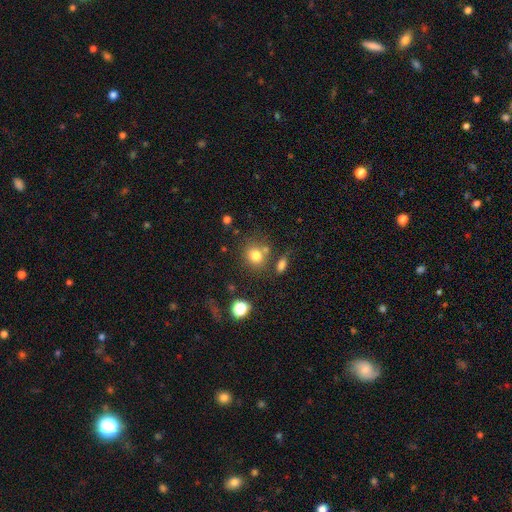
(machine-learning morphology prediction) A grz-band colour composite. It shows a smooth galaxy with no disk features (77%) that is round (74%). Merging: none (63%).